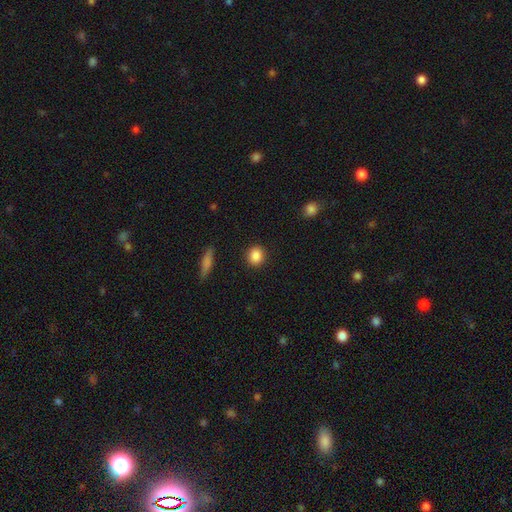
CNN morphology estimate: smooth 88%, star or artifact 8%, featured or disk 4%. Down the decision tree: how rounded — round (80%); merging — none (90%).